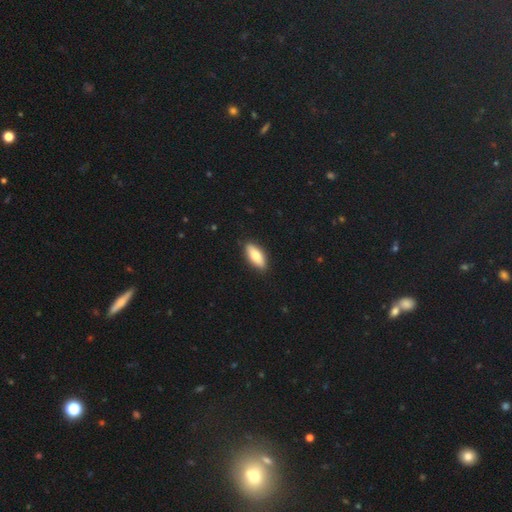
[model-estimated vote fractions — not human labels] A smooth galaxy with no disk features (76%) that is in between round and cigar-shaped (74%).

Vote fractions:
- Smooth or featured? smooth: 76% / featured or disk: 18% / star or artifact: 6%
- How rounded? in between: 74% / cigar-shaped: 23% / round: 2%
- Merging? none: 88% / minor disturbance: 9% / major disturbance: 2% / merger: 1%